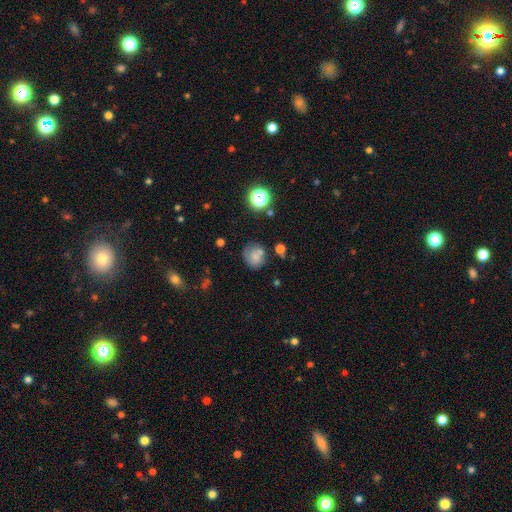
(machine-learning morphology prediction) Smooth or featured? smooth (61%)
How rounded? round (78%)
Merging? none (57%)